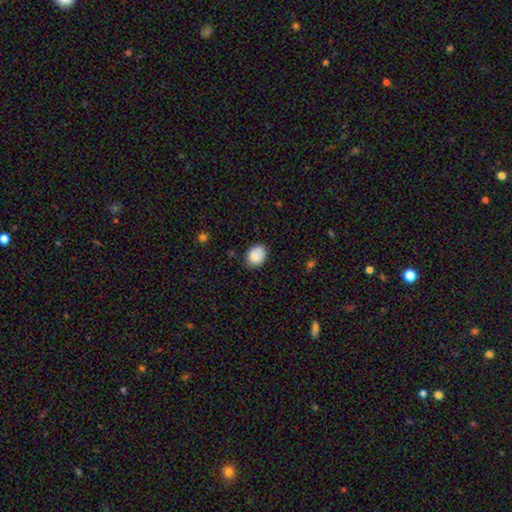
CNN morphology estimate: Smooth or featured? smooth (83%)
How rounded? in between (56%)
Merging? none (68%)